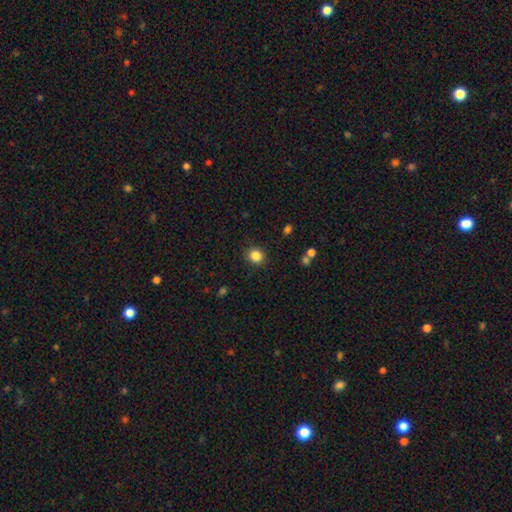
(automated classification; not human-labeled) This appears to be a smooth galaxy with no disk features (85%) that is round (82%). Merging: none (89%).